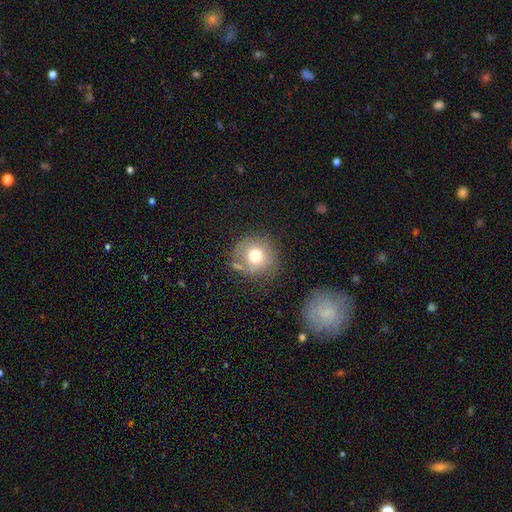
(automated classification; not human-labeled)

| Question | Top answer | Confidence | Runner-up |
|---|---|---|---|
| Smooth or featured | smooth | 71% | featured or disk (17%) |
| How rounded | round | 88% | in between (11%) |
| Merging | none | 67% | minor disturbance (17%) |